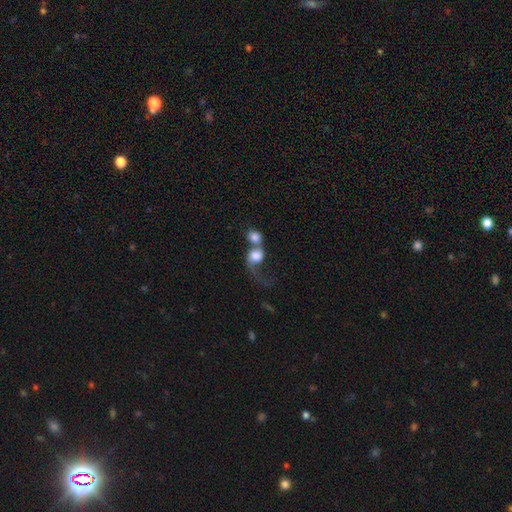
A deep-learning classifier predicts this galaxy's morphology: Smooth or featured?
  - smooth: 62% *
  - featured or disk: 29%
  - star or artifact: 9%
How rounded?
  - round: 69% *
  - in between: 30%
  - cigar-shaped: 2%
Merging?
  - merger: 69% *
  - major disturbance: 14%
  - none: 11%
  - minor disturbance: 5%